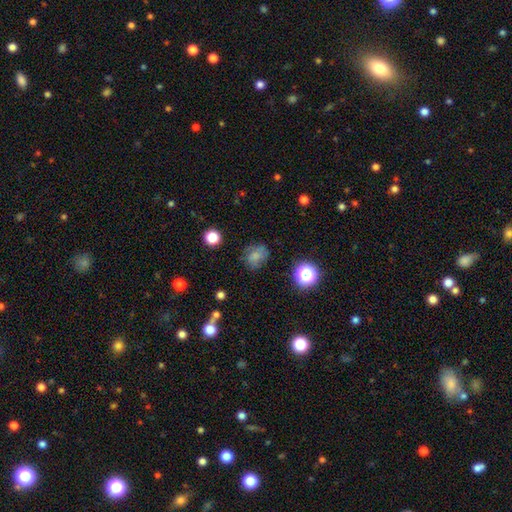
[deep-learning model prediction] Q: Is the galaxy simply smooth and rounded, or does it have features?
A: smooth — 69%.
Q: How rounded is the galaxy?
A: round — 62%.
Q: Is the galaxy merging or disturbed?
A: none — 66%.